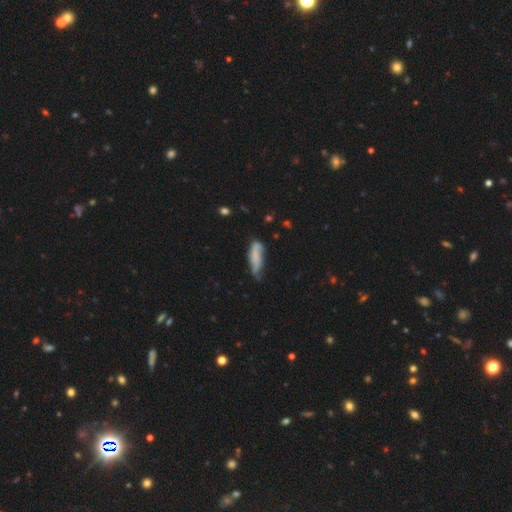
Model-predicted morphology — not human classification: Q: Smooth or featured?
A: smooth (64%); runner-up: featured or disk (28%)
Q: How rounded?
A: cigar-shaped (56%); runner-up: in between (42%)
Q: Merging?
A: minor disturbance (40%); runner-up: none (38%)